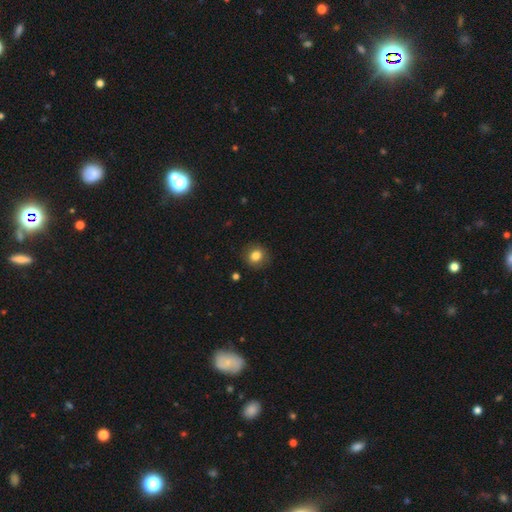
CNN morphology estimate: Smooth or featured? smooth (83%)
How rounded? round (83%)
Merging? none (88%)